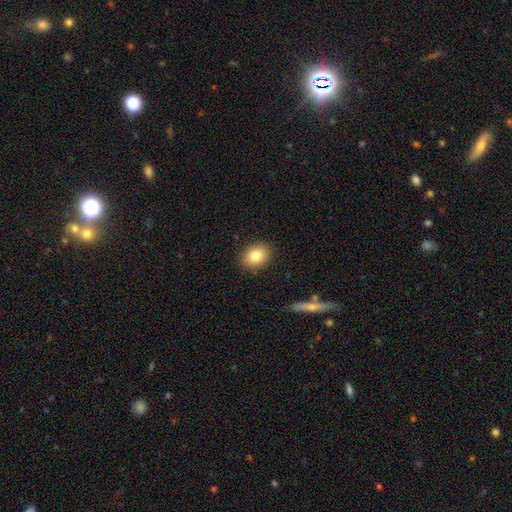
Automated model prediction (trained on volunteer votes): Smooth or featured?
  - smooth: 83% *
  - featured or disk: 9%
  - star or artifact: 8%
How rounded?
  - in between: 62% *
  - round: 37%
  - cigar-shaped: 1%
Merging?
  - none: 88% *
  - minor disturbance: 8%
  - major disturbance: 2%
  - merger: 1%